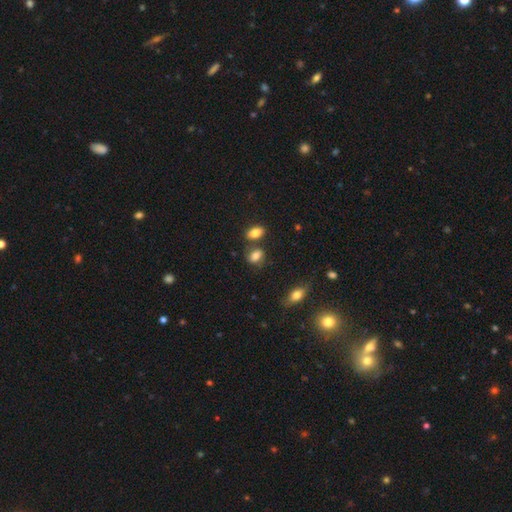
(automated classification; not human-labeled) This appears to be a smooth galaxy with no disk features (78%) that is in between round and cigar-shaped (72%). Merging: none (62%).